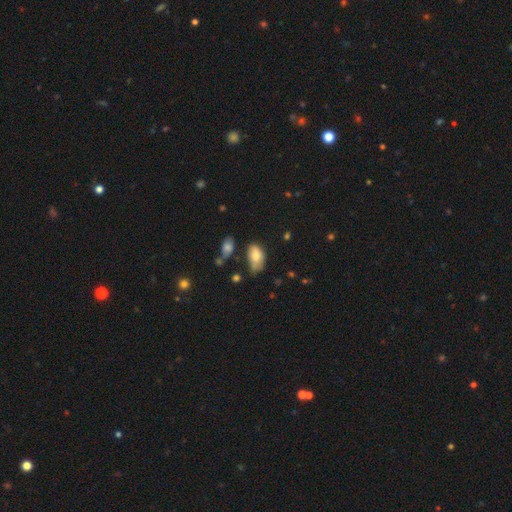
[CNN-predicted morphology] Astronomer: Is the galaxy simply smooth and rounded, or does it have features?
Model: smooth — 77%.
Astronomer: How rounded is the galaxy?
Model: in between — 93%.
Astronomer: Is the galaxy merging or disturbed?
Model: minor disturbance — 41% (runner-up: none, 38%).